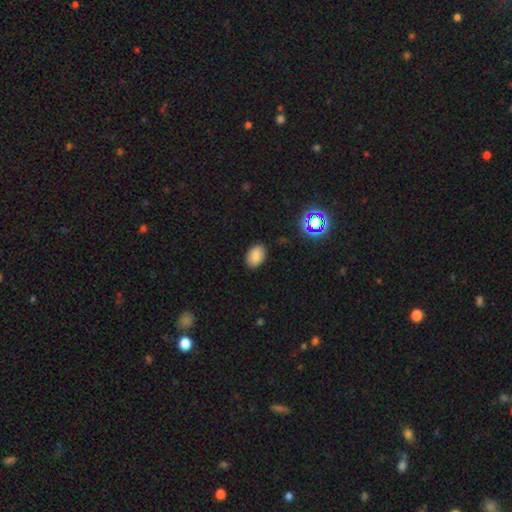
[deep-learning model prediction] The model was most divided on "smooth or featured": smooth: 82%, star or artifact: 12%, featured or disk: 6%. More confident: merging — none (86%); how rounded — in between (86%).